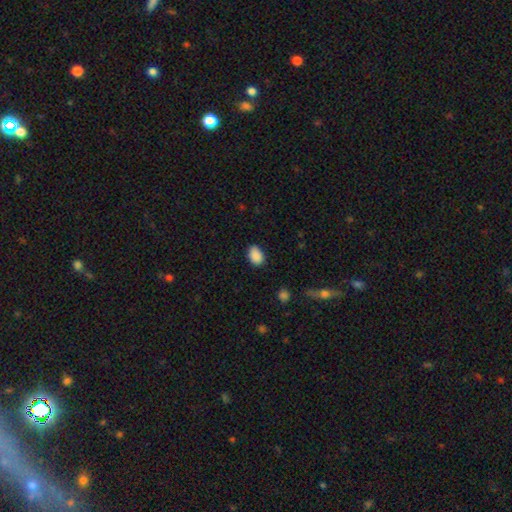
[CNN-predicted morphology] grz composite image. It shows a smooth galaxy with no disk features (89%) that is in between round and cigar-shaped (84%). Merging: none (82%).